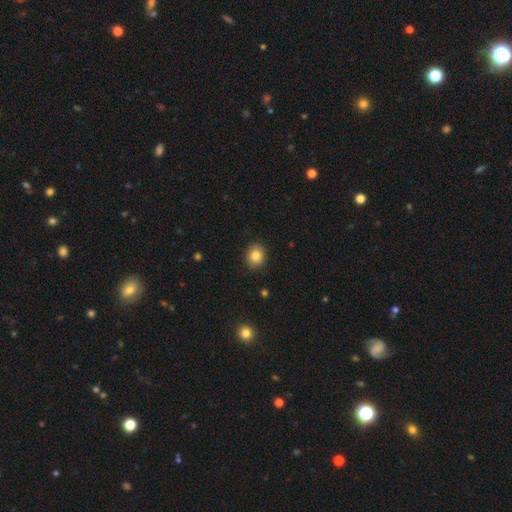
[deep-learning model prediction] Smooth or featured? Predicted: smooth (p=0.83). How rounded? Predicted: round (p=0.65). Merging? Predicted: none (p=0.88).